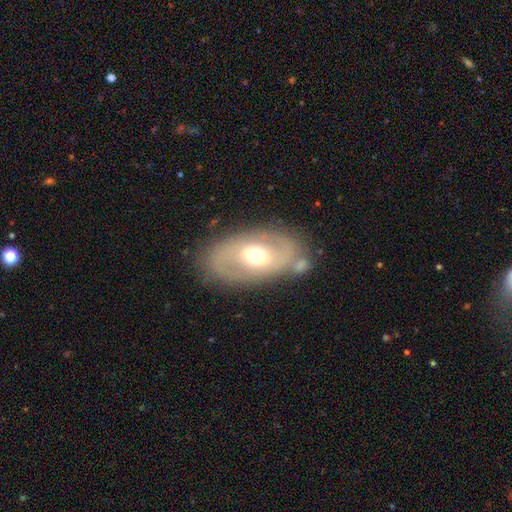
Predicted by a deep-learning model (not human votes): This is possibly a featured or disk galaxy (56%). It is clearly not viewed edge-on (90%). Bar: likely no (62%). Spiral arm pattern: likely no (63%). Central bulge: likely moderate (69%). Merging: likely none (71%).